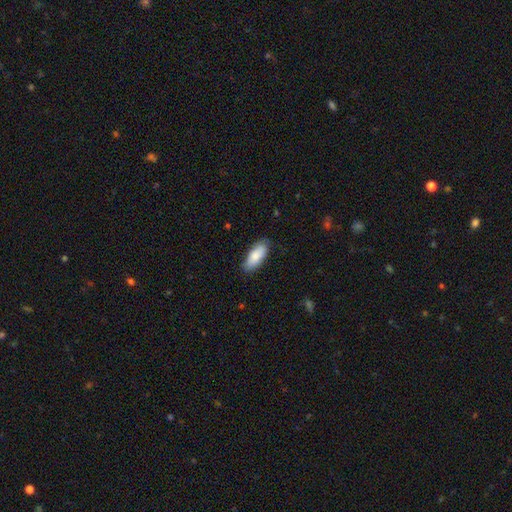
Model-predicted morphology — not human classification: type=smooth (83%); roundness=in between (80%); merging=none (81%).